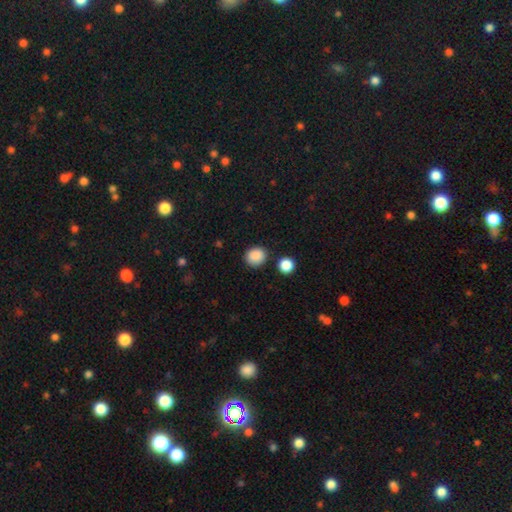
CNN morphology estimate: smooth-or-featured: smooth: 88% | star or artifact: 9% | featured or disk: 3%
  how-rounded: round: 80% | in between: 19% | cigar-shaped: 1%
  merging: none: 84% | minor disturbance: 9% | merger: 4% | major disturbance: 3%